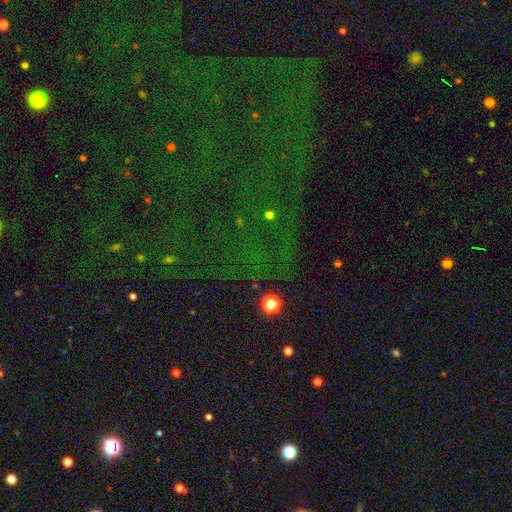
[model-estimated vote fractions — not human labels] Smooth or featured? star or artifact (83%)